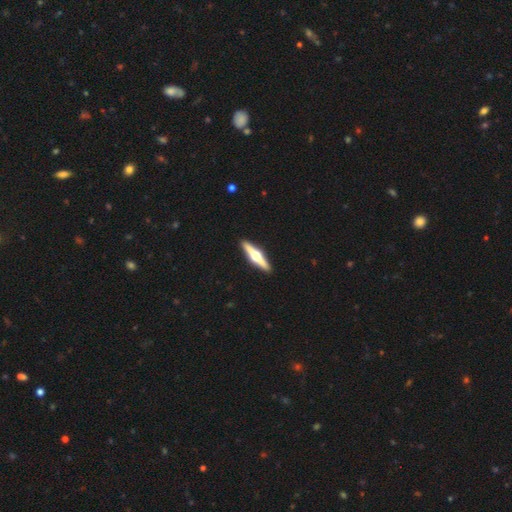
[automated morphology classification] type=featured or disk (75%); edge-on=yes (98%); edge-on bulge=rounded (96%); merging=none (93%).